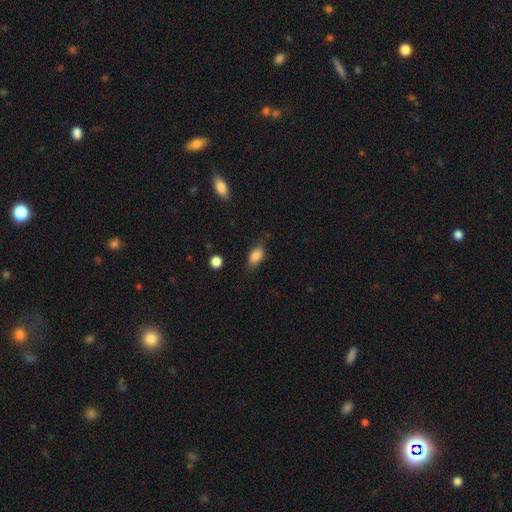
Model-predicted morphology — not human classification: Overall: smooth (85%). How rounded: in between (88%). Merging: none (74%).